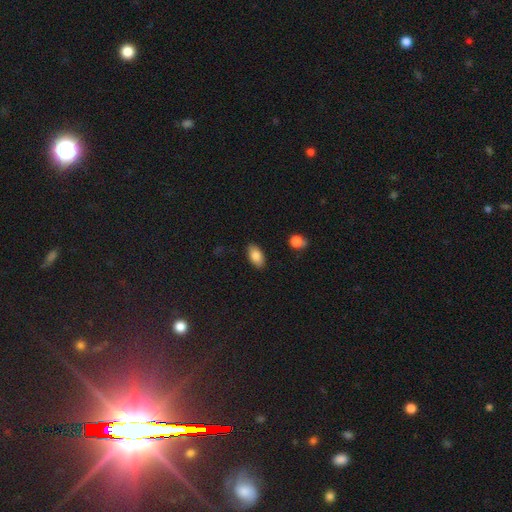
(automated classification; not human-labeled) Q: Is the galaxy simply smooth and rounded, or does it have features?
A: smooth — 85%.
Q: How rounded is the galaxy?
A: in between — 93%.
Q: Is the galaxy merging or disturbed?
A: none — 87%.